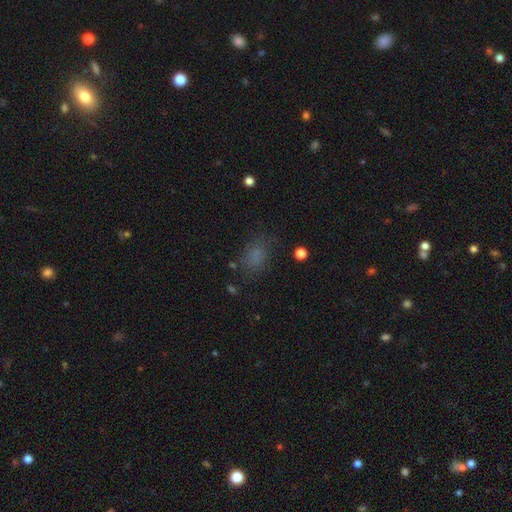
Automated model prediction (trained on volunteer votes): The model was most divided on "merging": none: 68%, minor disturbance: 18%, major disturbance: 11%, merger: 3%. More confident: how rounded — in between (75%); smooth or featured — smooth (72%).